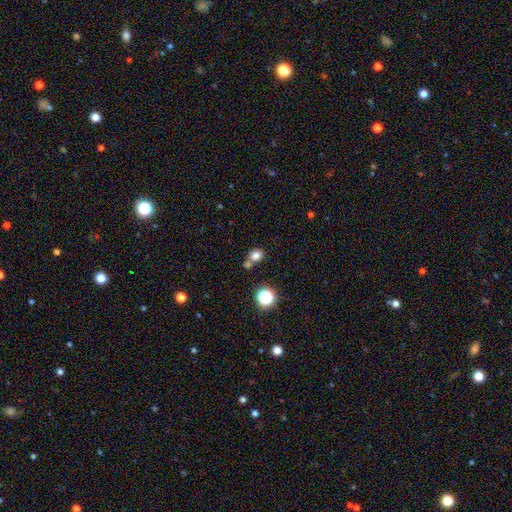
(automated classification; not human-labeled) Smooth or featured?
  - smooth: 78% *
  - star or artifact: 15%
  - featured or disk: 7%
How rounded?
  - round: 74% *
  - in between: 25%
  - cigar-shaped: 1%
Merging?
  - none: 57% *
  - merger: 30%
  - minor disturbance: 9%
  - major disturbance: 4%